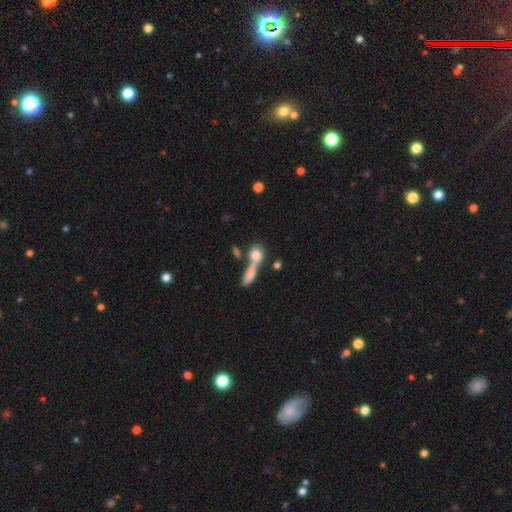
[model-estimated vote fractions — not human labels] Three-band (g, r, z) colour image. It shows a smooth galaxy with no disk features (76%) that is round (48%). Merging: merger (56%).